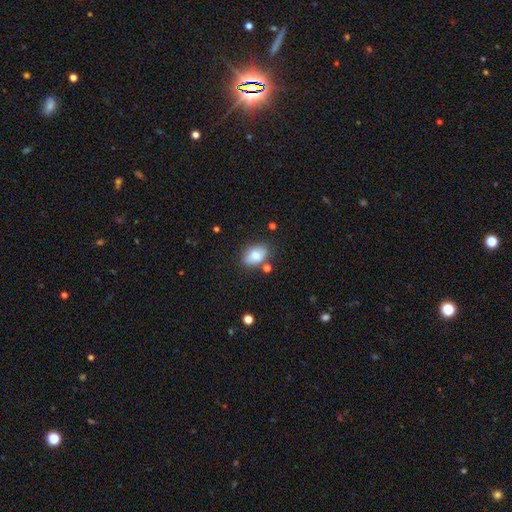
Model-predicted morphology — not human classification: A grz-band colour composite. It shows a smooth galaxy with no disk features (78%) that is in between round and cigar-shaped (83%). Merging: none (76%).